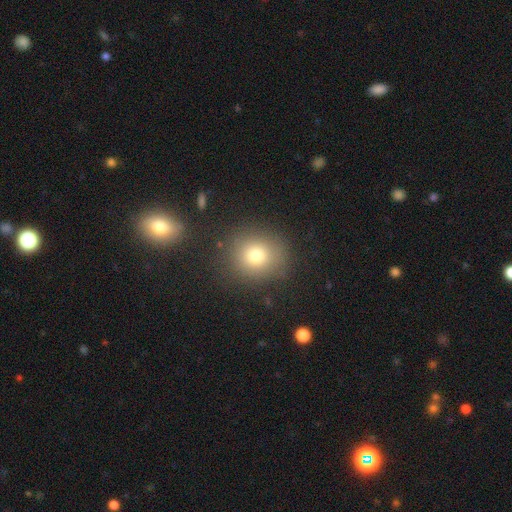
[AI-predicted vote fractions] The model was most divided on "smooth or featured": smooth: 76%, star or artifact: 14%, featured or disk: 10%. More confident: merging — none (84%); how rounded — round (83%).